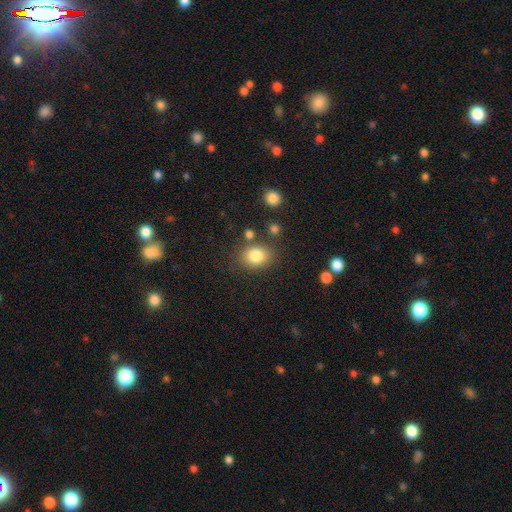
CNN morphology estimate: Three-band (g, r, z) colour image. It shows a smooth galaxy with no disk features (82%) that is in between round and cigar-shaped (59%). Merging: none (77%).